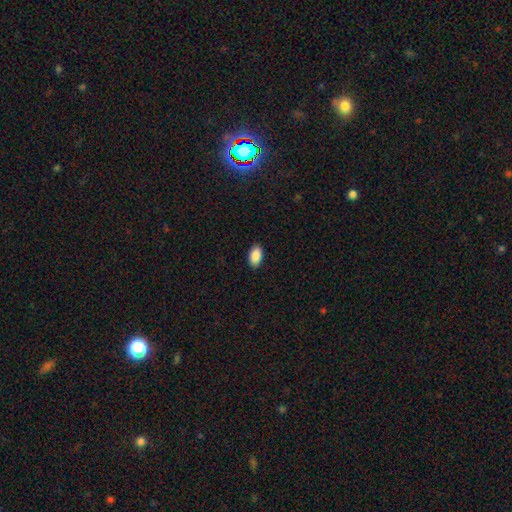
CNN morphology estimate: Smooth or featured? smooth (90%)
How rounded? in between (94%)
Merging? none (89%)